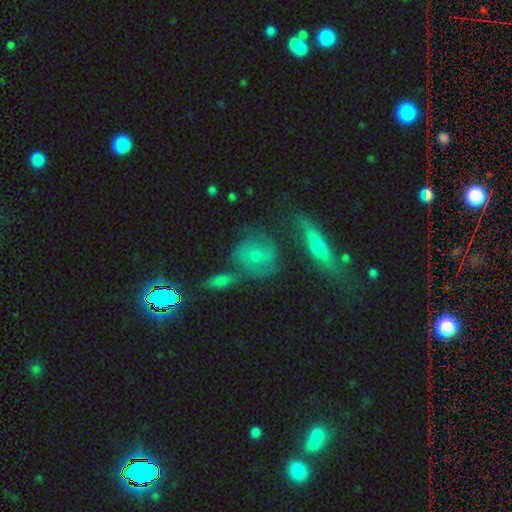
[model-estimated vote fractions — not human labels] featured or disk 55%, smooth 31%, star or artifact 14%. Down the decision tree: edge-on disk — no (87%); merging — none (55%).